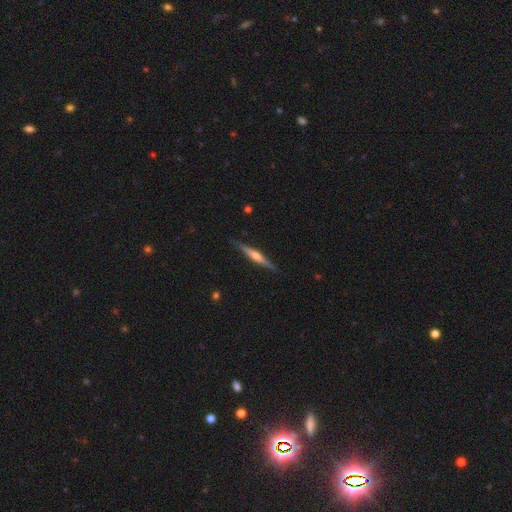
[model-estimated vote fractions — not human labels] Smooth or featured? featured or disk (74%)
Edge-on disk? yes (98%)
Edge-on bulge? rounded (82%)
Merging? none (89%)